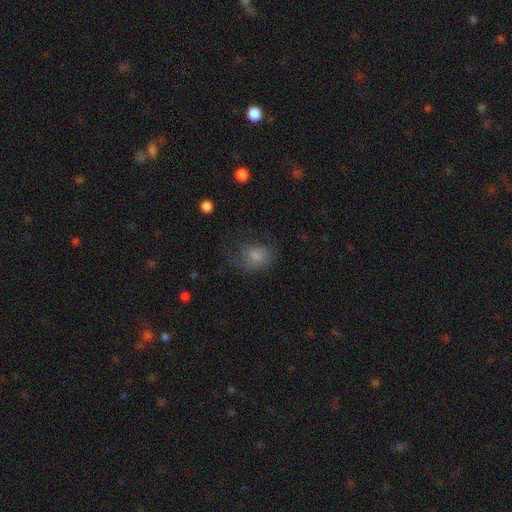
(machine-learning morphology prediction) Smooth or featured? Predicted: smooth (p=0.63). How rounded? Predicted: in between (p=0.52). Merging? Predicted: none (p=0.50).